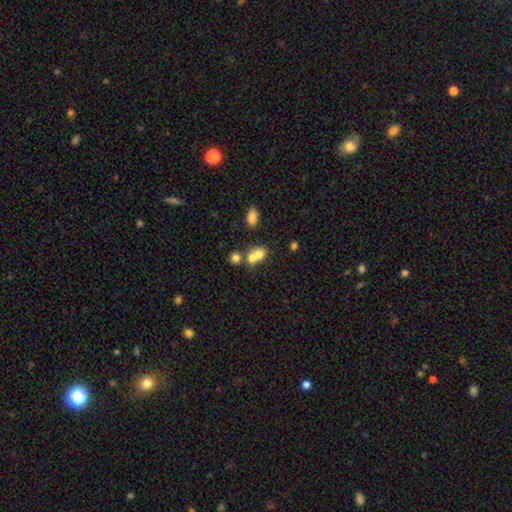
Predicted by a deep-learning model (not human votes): This is likely a smooth galaxy (71%). How rounded: possibly in between (51%). Merging: likely merger (63%).